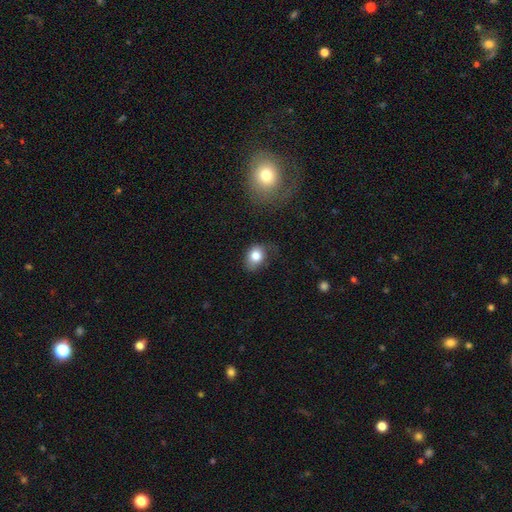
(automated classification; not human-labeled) Smooth or featured: smooth — 80% (featured or disk — 11%)
How rounded: in between — 57% (round — 42%)
Merging: none — 52% (minor disturbance — 32%)